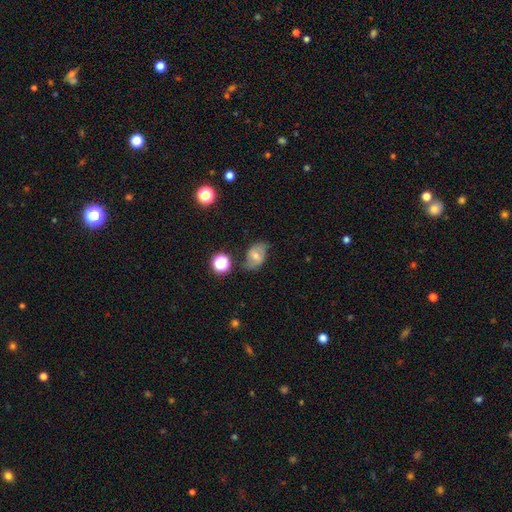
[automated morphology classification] smooth_or_featured: smooth (p=0.46) [alt: featured or disk p=0.42]
merging: none (p=0.66) [alt: minor disturbance p=0.23]